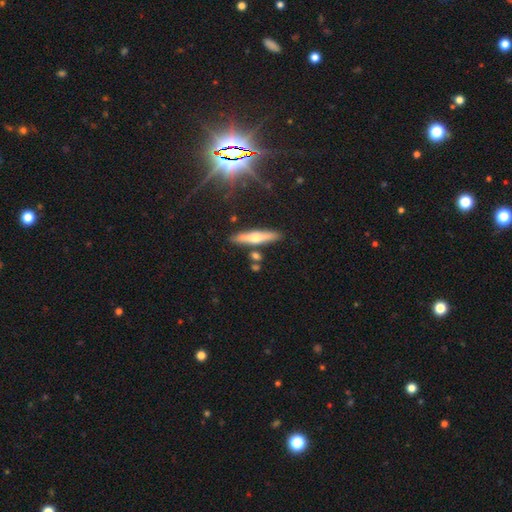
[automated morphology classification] Q: Smooth or featured?
A: featured or disk (44%); runner-up: smooth (38%)
Q: Merging?
A: none (80%); runner-up: minor disturbance (10%)